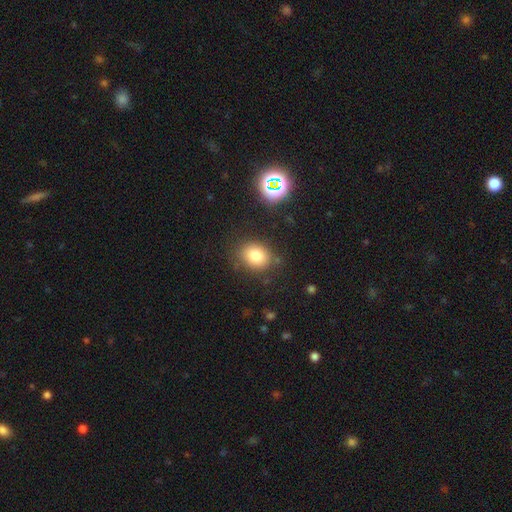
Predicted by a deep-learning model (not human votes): Smooth or featured? Predicted: smooth (p=0.79). How rounded? Predicted: round (p=0.54). Merging? Predicted: none (p=0.80).